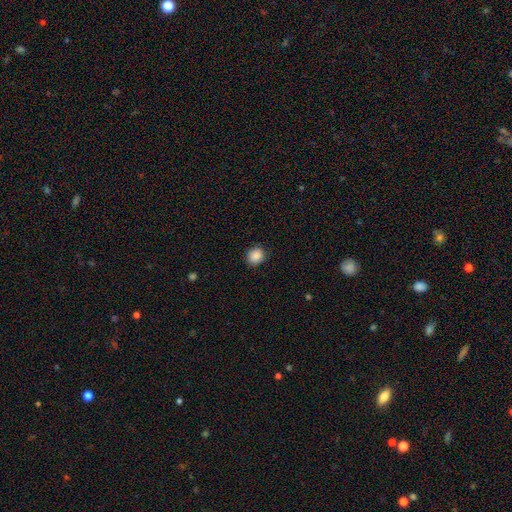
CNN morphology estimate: This appears to be a smooth galaxy with no disk features (88%) that is round (72%). Merging: none (87%).